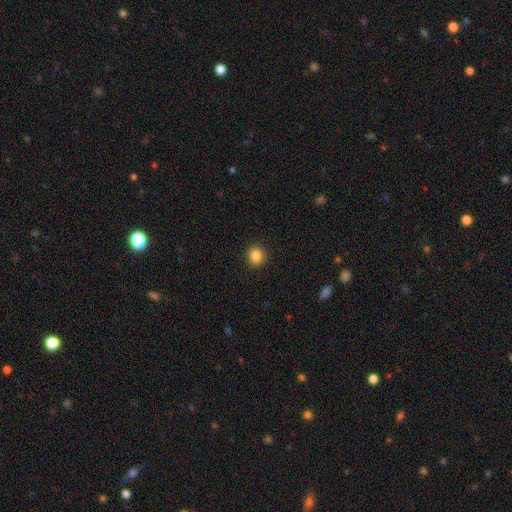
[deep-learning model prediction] This is clearly a smooth galaxy (86%). How rounded: clearly round (81%). Merging: clearly none (90%).